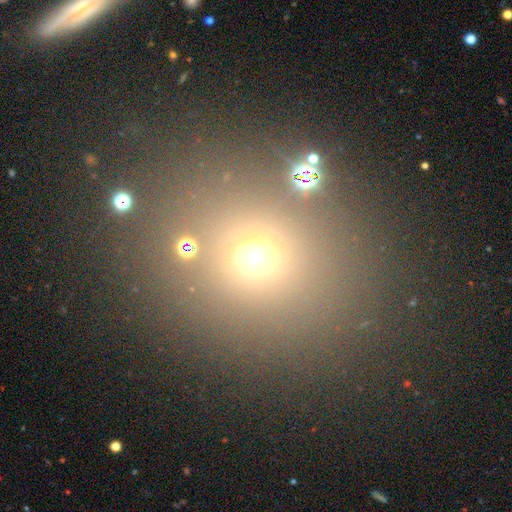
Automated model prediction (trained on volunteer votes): smooth_or_featured: smooth (p=0.63) [alt: star or artifact p=0.26]
how_rounded: round (p=0.75) [alt: in between p=0.24]
merging: none (p=0.78) [alt: minor disturbance p=0.09]